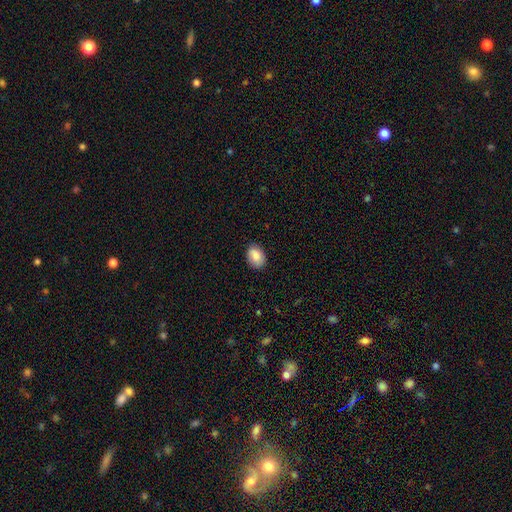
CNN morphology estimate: smooth-or-featured: smooth: 86% | star or artifact: 7% | featured or disk: 7%
  how-rounded: in between: 72% | round: 27% | cigar-shaped: 1%
  merging: none: 85% | minor disturbance: 11% | major disturbance: 2% | merger: 1%